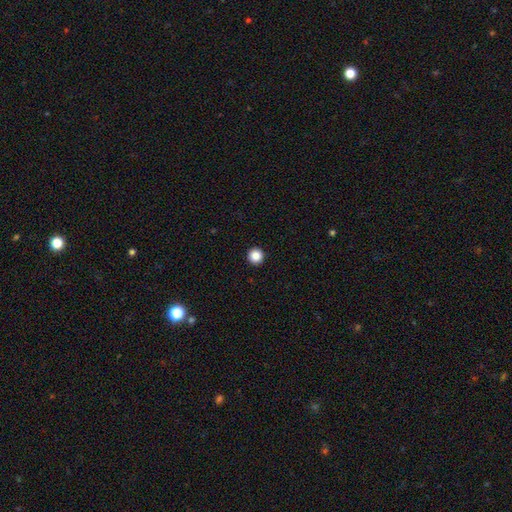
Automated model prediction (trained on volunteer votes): Smooth or featured: smooth — 86% (star or artifact — 11%)
How rounded: round — 97% (in between — 2%)
Merging: none — 94% (minor disturbance — 3%)